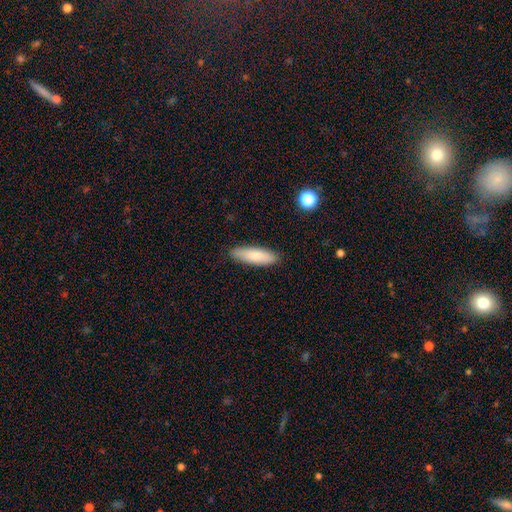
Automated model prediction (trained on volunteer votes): smooth_or_featured: smooth (p=0.82) [alt: featured or disk p=0.12]
how_rounded: cigar-shaped (p=0.50) [alt: in between p=0.48]
merging: none (p=0.87) [alt: minor disturbance p=0.10]